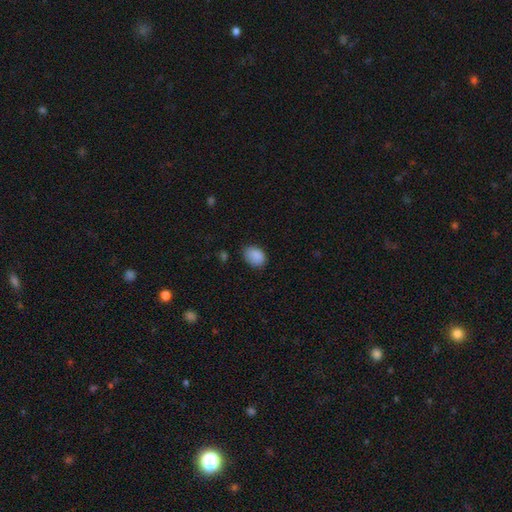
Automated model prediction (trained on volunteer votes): Smooth or featured: smooth — 88% (star or artifact — 8%)
How rounded: in between — 74% (round — 25%)
Merging: none — 74% (minor disturbance — 21%)